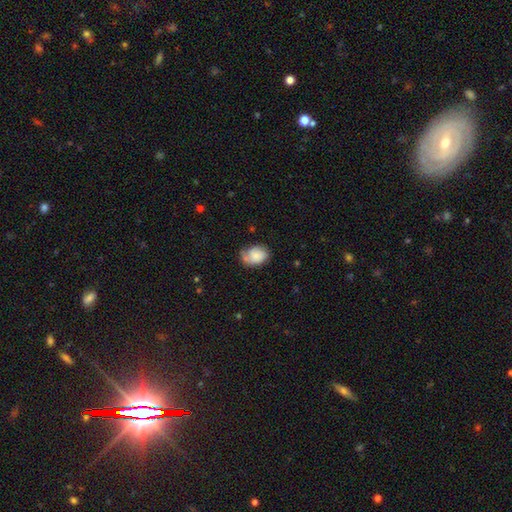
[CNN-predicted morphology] Smooth or featured? Predicted: smooth (p=0.58). How rounded? Predicted: in between (p=0.72). Merging? Predicted: none (p=0.51).